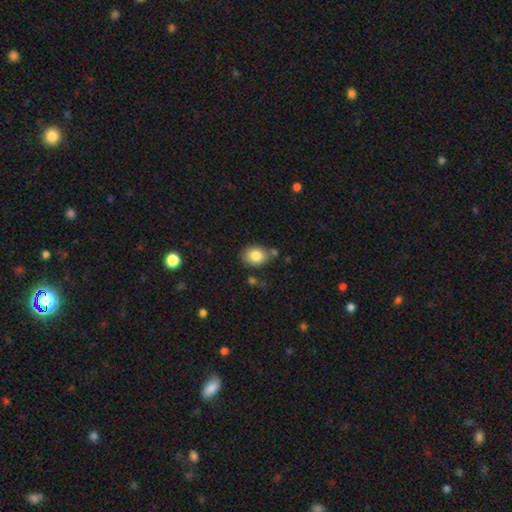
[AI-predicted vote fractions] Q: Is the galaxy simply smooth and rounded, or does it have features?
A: smooth — 84%.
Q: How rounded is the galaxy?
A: in between — 63%.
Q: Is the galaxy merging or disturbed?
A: none — 70%.